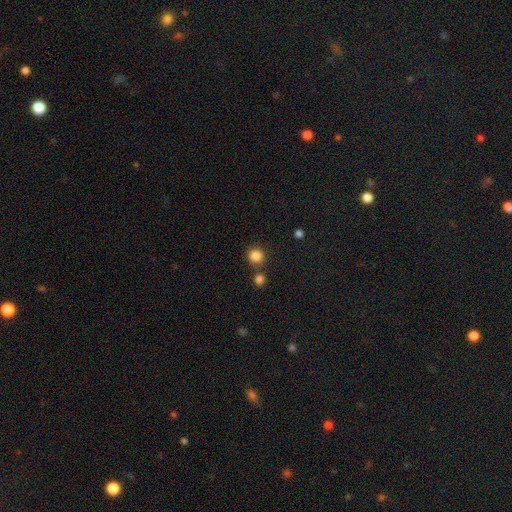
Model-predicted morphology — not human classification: A smooth galaxy with no disk features (84%) that is round (91%). Merging: none (78%).